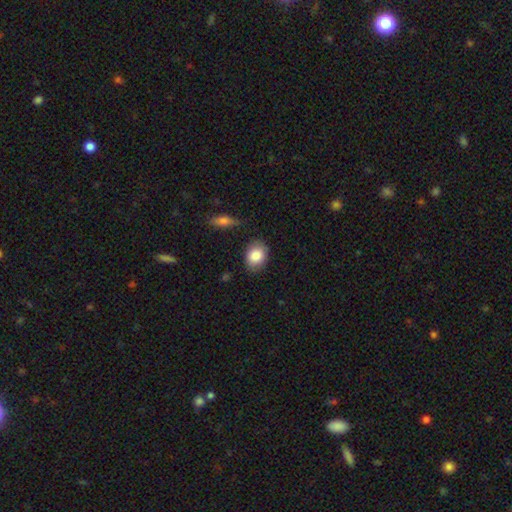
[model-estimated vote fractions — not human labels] A smooth galaxy with no disk features (84%) that is in between round and cigar-shaped (61%).

Vote fractions:
- Smooth or featured? smooth: 84% / featured or disk: 9% / star or artifact: 7%
- How rounded? in between: 61% / round: 38% / cigar-shaped: 1%
- Merging? none: 80% / minor disturbance: 14% / major disturbance: 3% / merger: 3%